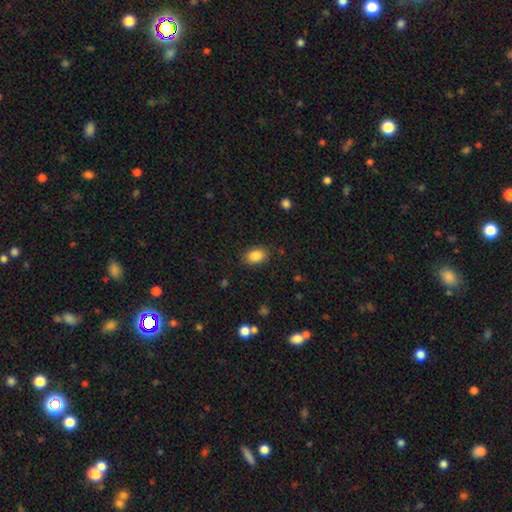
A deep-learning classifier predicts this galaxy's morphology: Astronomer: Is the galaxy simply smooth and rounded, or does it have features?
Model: smooth — 86%.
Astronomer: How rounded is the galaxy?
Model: in between — 82%.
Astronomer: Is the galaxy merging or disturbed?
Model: none — 83%.